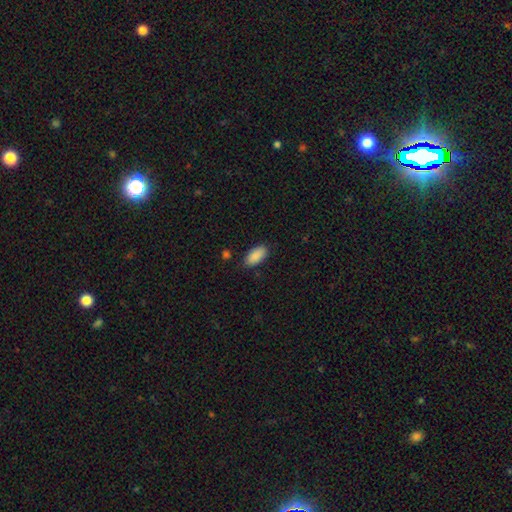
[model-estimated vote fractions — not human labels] Smooth or featured?
  - smooth: 89% *
  - star or artifact: 7%
  - featured or disk: 4%
How rounded?
  - in between: 93% *
  - cigar-shaped: 5%
  - round: 2%
Merging?
  - none: 82% *
  - minor disturbance: 13%
  - major disturbance: 3%
  - merger: 2%